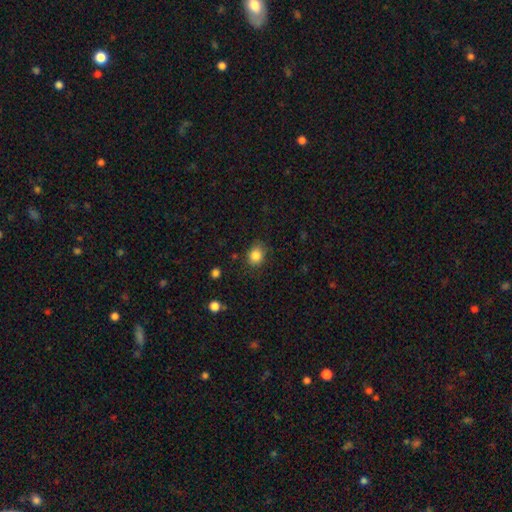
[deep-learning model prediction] Smooth or featured?
  - smooth: 84% *
  - star or artifact: 10%
  - featured or disk: 5%
How rounded?
  - round: 61% *
  - in between: 38%
  - cigar-shaped: 1%
Merging?
  - none: 76% *
  - minor disturbance: 18%
  - major disturbance: 4%
  - merger: 2%